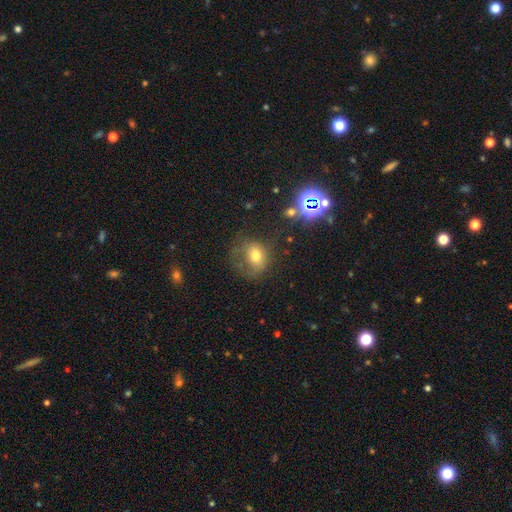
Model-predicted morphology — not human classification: Smooth or featured?
  - smooth: 65% *
  - featured or disk: 20%
  - star or artifact: 15%
How rounded?
  - round: 51% *
  - in between: 48%
  - cigar-shaped: 1%
Merging?
  - none: 41% *
  - major disturbance: 30%
  - minor disturbance: 25%
  - merger: 4%